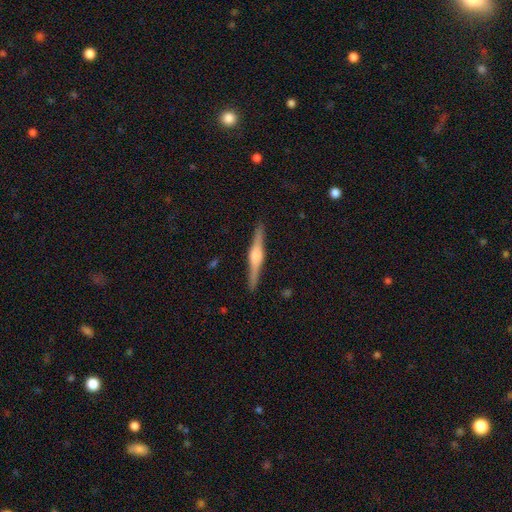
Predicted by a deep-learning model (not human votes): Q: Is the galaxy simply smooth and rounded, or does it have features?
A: featured or disk — 78%.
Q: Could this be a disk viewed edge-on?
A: yes — 98%.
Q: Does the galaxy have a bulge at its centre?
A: rounded — 79%.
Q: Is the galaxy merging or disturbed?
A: none — 91%.